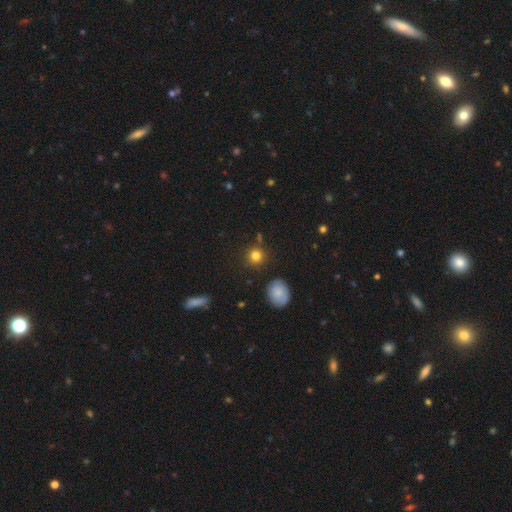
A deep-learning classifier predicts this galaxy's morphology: Overall: smooth (82%). How rounded: round (91%). Merging: none (85%).